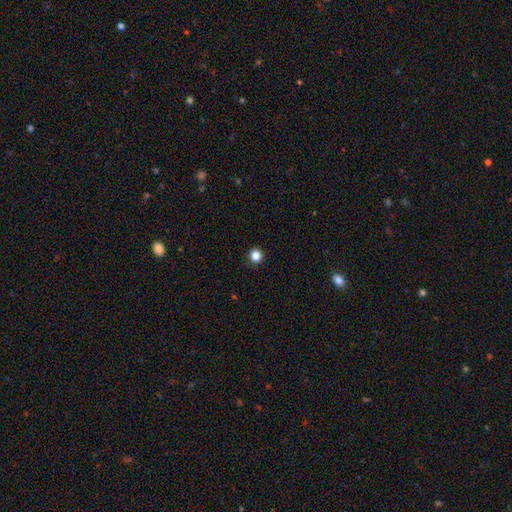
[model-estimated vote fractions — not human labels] Overall: smooth (84%). How rounded: round (94%). Merging: none (93%).